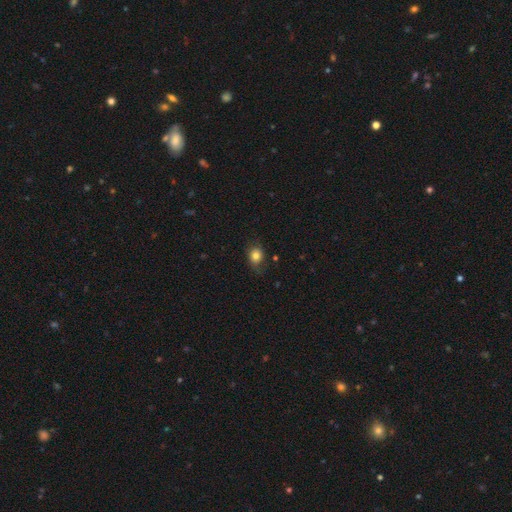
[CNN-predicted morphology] A smooth galaxy with no disk features (80%) that is round (61%). Merging: none (68%).